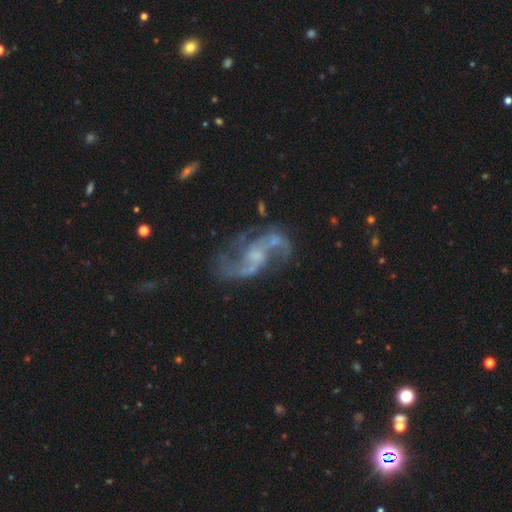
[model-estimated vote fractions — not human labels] smooth_or_featured: featured or disk (p=0.88) [alt: star or artifact p=0.07]
disk_edge_on: no (p=0.97) [alt: yes p=0.03]
bar: weak (p=0.46) [alt: no p=0.43]
has_spiral_arms: yes (p=0.95) [alt: no p=0.05]
spiral_winding: loose (p=0.60) [alt: medium p=0.33]
spiral_arm_count: 2 (p=0.86) [alt: can't tell p=0.05]
bulge_size: small (p=0.43) [alt: none p=0.29]
merging: none (p=0.59) [alt: minor disturbance p=0.18]